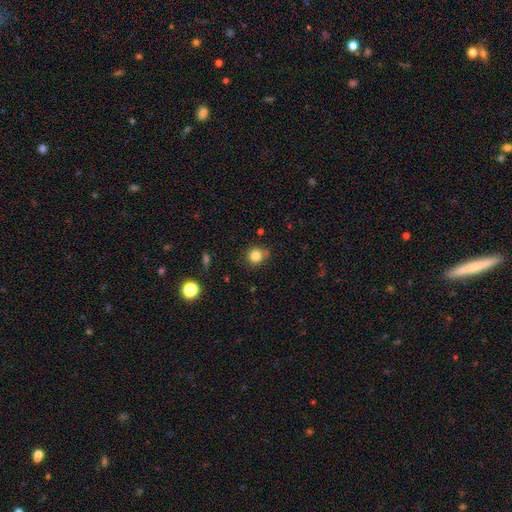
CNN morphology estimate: type=smooth (84%); roundness=round (86%); merging=none (74%).